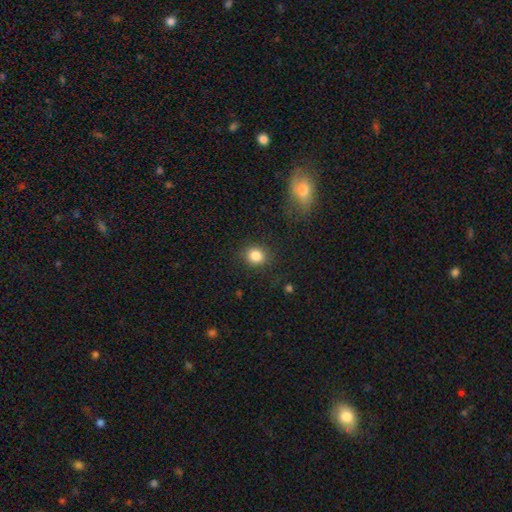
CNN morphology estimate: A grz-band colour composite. It shows a smooth galaxy with no disk features (84%) that is round (74%). Merging: none (85%).